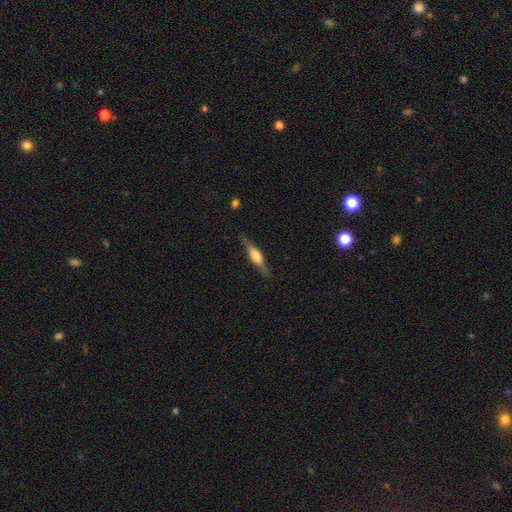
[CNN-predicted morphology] This is likely a featured or disk galaxy (65%). It is clearly viewed edge-on (95%). Edge-on bulge: likely rounded (73%). Merging: clearly none (83%).